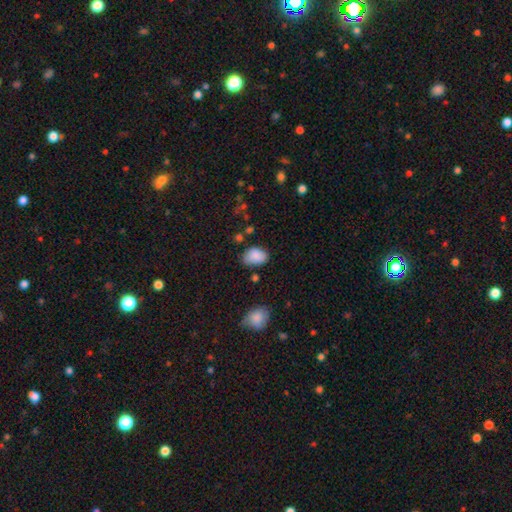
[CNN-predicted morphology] smooth 86%, star or artifact 8%, featured or disk 6%. Down the decision tree: how rounded — in between (83%); merging — none (62%).